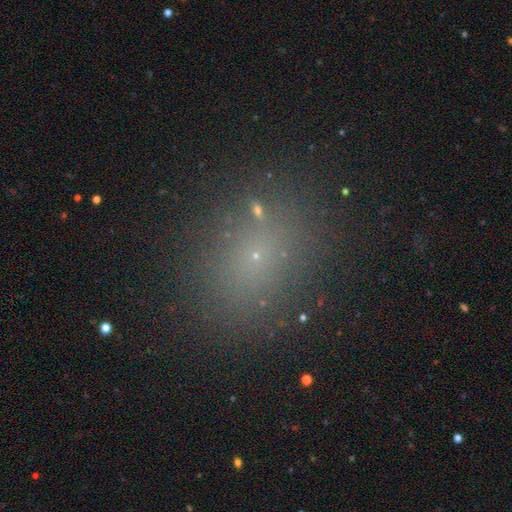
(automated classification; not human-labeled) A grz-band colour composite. It shows a smooth galaxy with no disk features (61%) that is round (49%, tied with in between). Merging: none (85%).